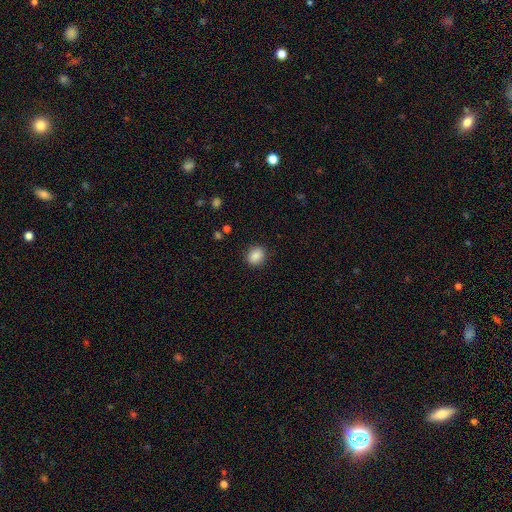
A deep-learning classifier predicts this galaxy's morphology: Smooth or featured? Predicted: smooth (p=0.87). How rounded? Predicted: round (p=0.65). Merging? Predicted: none (p=0.88).